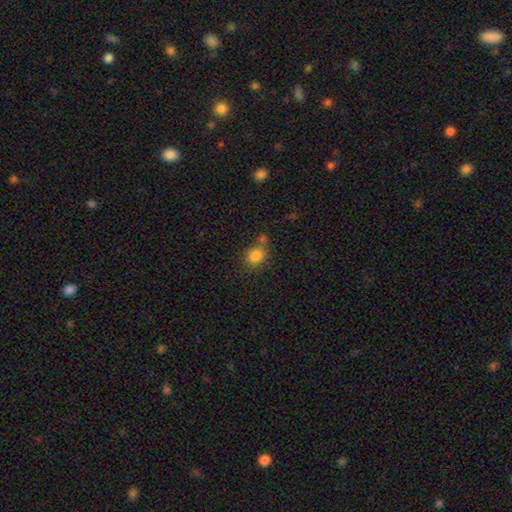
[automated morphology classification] A smooth galaxy with no disk features (83%) that is in between round and cigar-shaped (52%).

Vote fractions:
- Smooth or featured? smooth: 83% / star or artifact: 11% / featured or disk: 6%
- How rounded? in between: 52% / round: 47% / cigar-shaped: 1%
- Merging? none: 60% / merger: 22% / minor disturbance: 14% / major disturbance: 5%